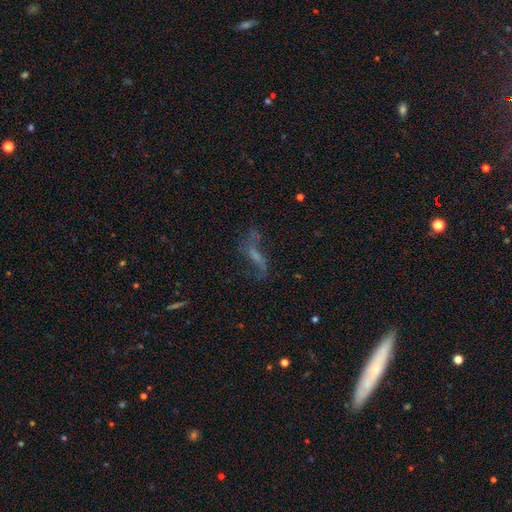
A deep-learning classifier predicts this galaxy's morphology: Overall: featured or disk (60%; smooth 23%). Edge-on disk: no (84%). Bar: weak (38%; no 36%). Spiral arms: yes (71%). Bulge size: none (48%; small 29%). Merging: none (51%; major disturbance 25%).